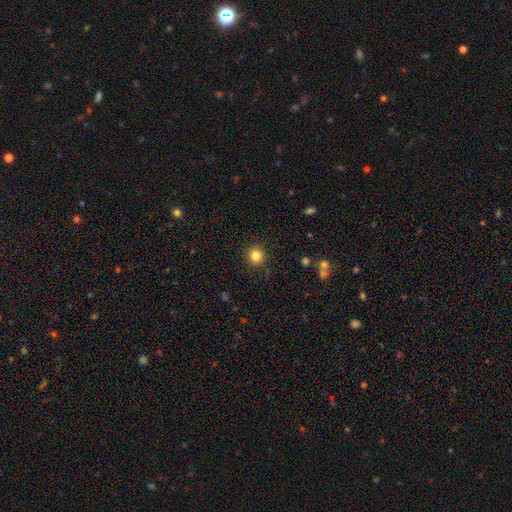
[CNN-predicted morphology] Smooth or featured?
  - smooth: 83% *
  - star or artifact: 12%
  - featured or disk: 5%
How rounded?
  - round: 93% *
  - in between: 7%
  - cigar-shaped: 1%
Merging?
  - none: 91% *
  - minor disturbance: 6%
  - major disturbance: 2%
  - merger: 1%